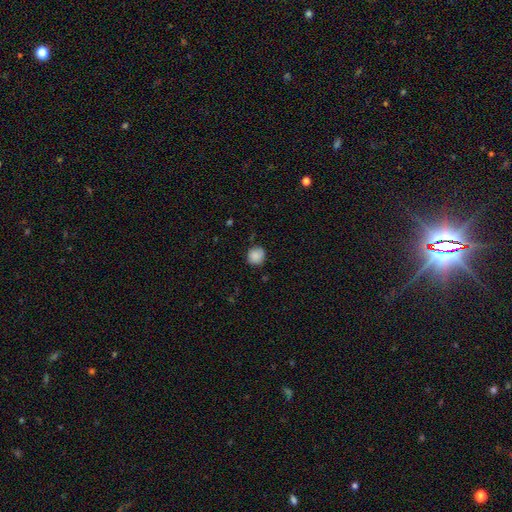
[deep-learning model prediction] Smooth or featured? smooth (87%)
How rounded? round (90%)
Merging? none (84%)